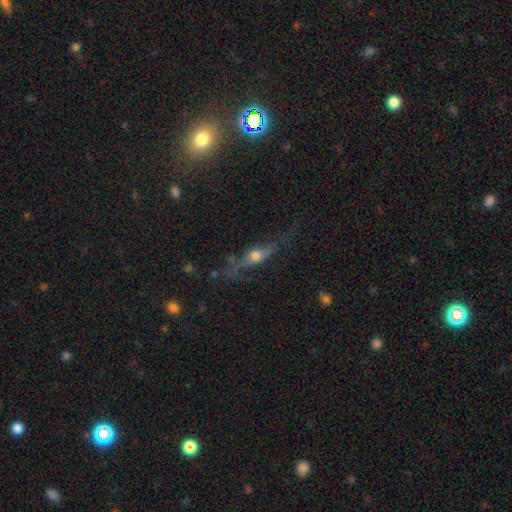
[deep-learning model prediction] Smooth or featured: featured or disk — 52% (smooth — 38%)
Edge-on disk: yes — 70% (no — 30%)
Merging: none — 51% (minor disturbance — 24%)